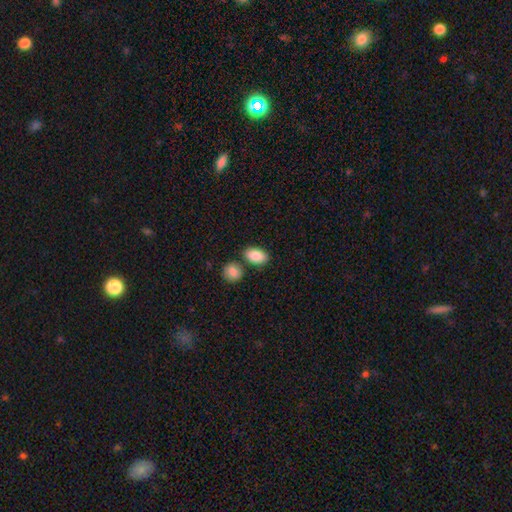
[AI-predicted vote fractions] A smooth galaxy with no disk features (88%) that is in between round and cigar-shaped (90%).

Vote fractions:
- Smooth or featured? smooth: 88% / star or artifact: 7% / featured or disk: 5%
- How rounded? in between: 90% / round: 8% / cigar-shaped: 2%
- Merging? none: 73% / merger: 14% / minor disturbance: 11% / major disturbance: 3%